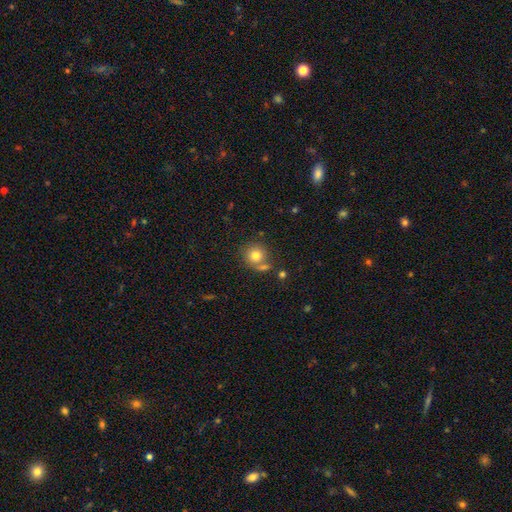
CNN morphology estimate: Smooth or featured: smooth — 77% (featured or disk — 12%)
How rounded: round — 89% (in between — 10%)
Merging: none — 62% (merger — 20%)